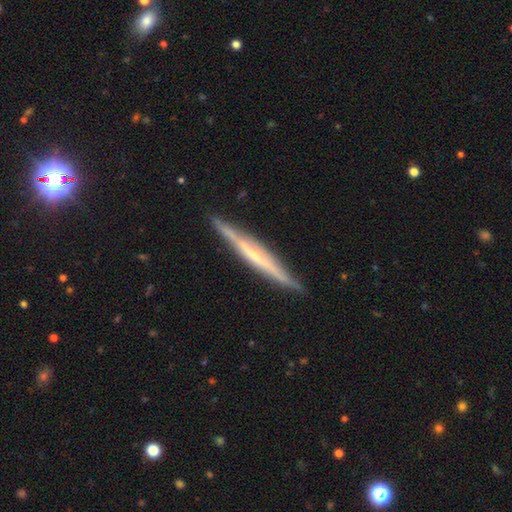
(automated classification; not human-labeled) A featured or disk galaxy (73%) viewed edge-on (97%) with no central bulge (47%). Merging: none (89%).